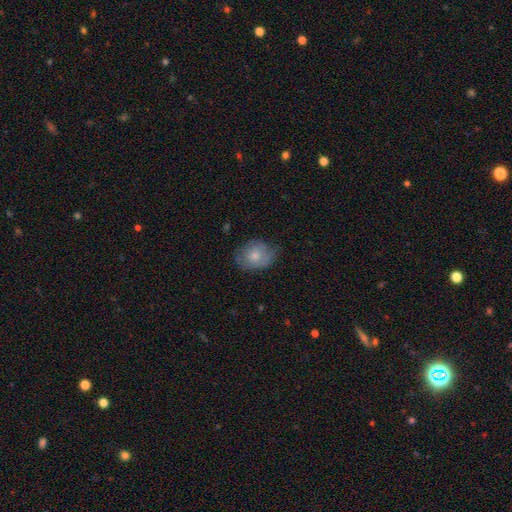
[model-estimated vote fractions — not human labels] smooth_or_featured: smooth (p=0.69) [alt: featured or disk p=0.24]
how_rounded: in between (p=0.58) [alt: round p=0.41]
merging: none (p=0.59) [alt: minor disturbance p=0.31]